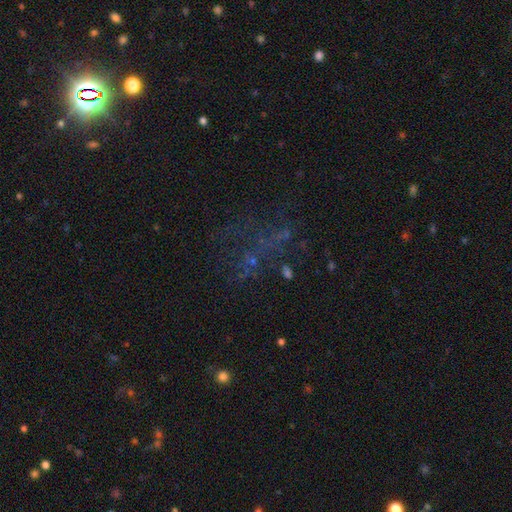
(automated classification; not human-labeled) This appears to be a star or artifact, not a galaxy (49%).